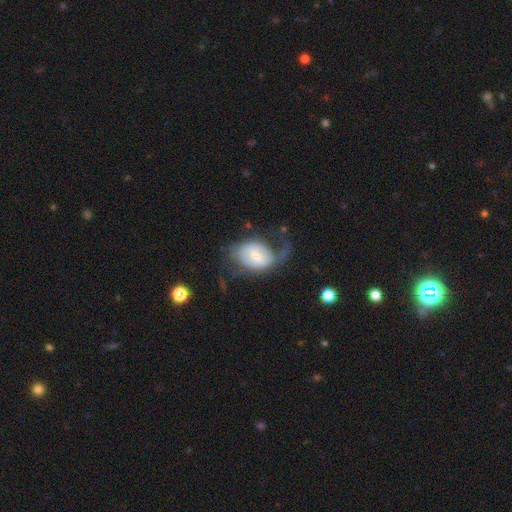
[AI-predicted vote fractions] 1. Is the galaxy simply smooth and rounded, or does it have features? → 65% featured or disk, 28% smooth, 7% star or artifact.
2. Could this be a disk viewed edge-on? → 95% no, 5% yes.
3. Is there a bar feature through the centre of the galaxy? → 49% weak, 26% no, 25% strong.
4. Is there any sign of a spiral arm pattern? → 73% yes, 27% no.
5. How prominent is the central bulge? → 45% moderate (tied), 45% small (tied), 6% large, 3% none, 1% dominant.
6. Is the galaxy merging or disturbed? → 41% major disturbance, 34% none, 22% minor disturbance, 3% merger.